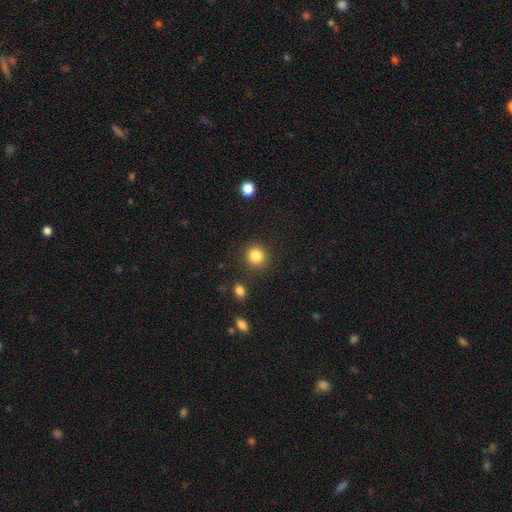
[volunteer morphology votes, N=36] Smooth or featured: smooth — 89% (featured or disk — 8%)
How rounded: round — 81% (in between — 19%)
Merging: none — 91% (minor disturbance — 6%)